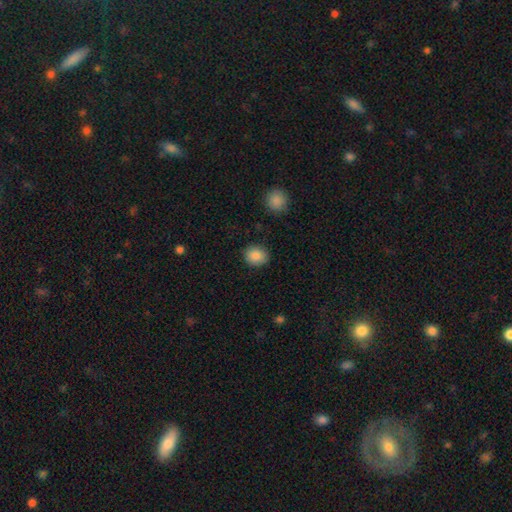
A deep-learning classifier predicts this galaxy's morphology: smooth_or_featured: smooth (p=0.88) [alt: star or artifact p=0.08]
how_rounded: round (p=0.72) [alt: in between p=0.27]
merging: none (p=0.88) [alt: minor disturbance p=0.08]